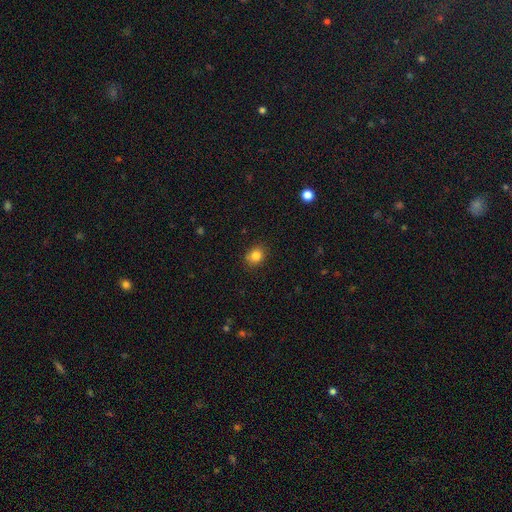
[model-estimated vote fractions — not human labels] smooth_or_featured: smooth (p=0.83) [alt: star or artifact p=0.11]
how_rounded: round (p=0.64) [alt: in between p=0.35]
merging: none (p=0.85) [alt: minor disturbance p=0.12]